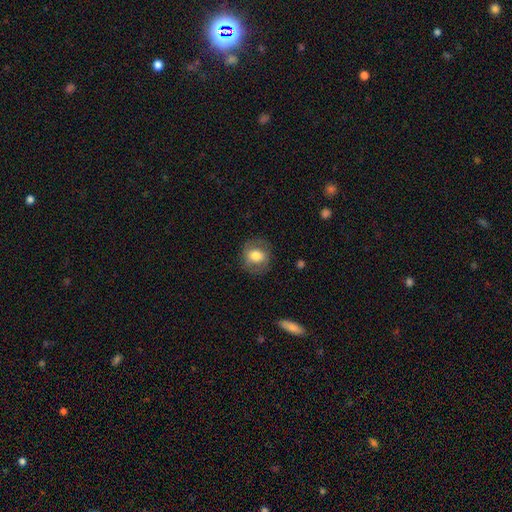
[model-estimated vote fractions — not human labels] Smooth or featured?
  - smooth: 67% *
  - featured or disk: 25%
  - star or artifact: 8%
How rounded?
  - round: 73% *
  - in between: 26%
  - cigar-shaped: 1%
Merging?
  - none: 79% *
  - minor disturbance: 14%
  - major disturbance: 6%
  - merger: 1%